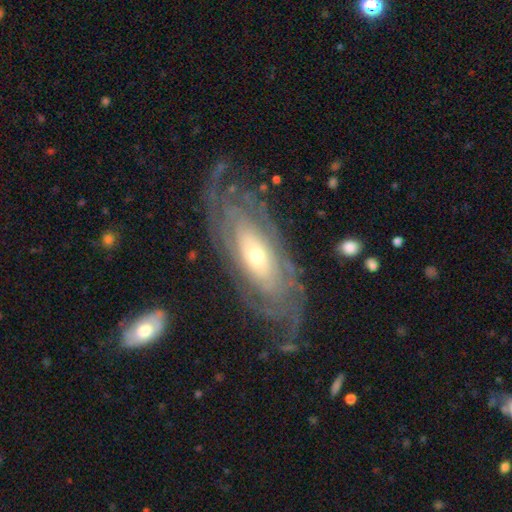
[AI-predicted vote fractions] Morphology: type=featured or disk (83%); edge-on=no (88%); bar=no (77%); spiral arms=yes (86%); winding=tight (75%); arm count=can't tell (57%); bulge=small (49%); merging=none (73%).